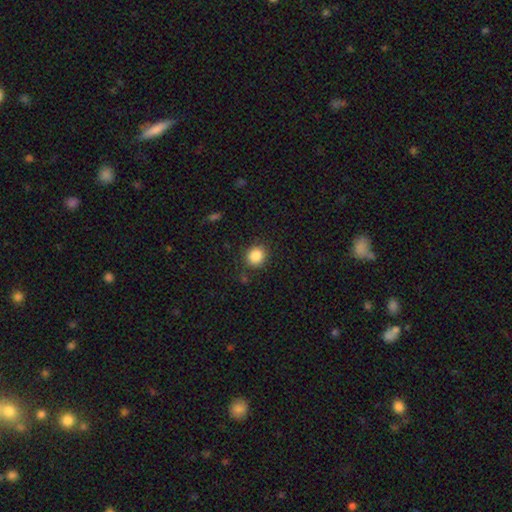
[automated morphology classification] type=smooth (86%); roundness=round (79%); merging=none (86%).